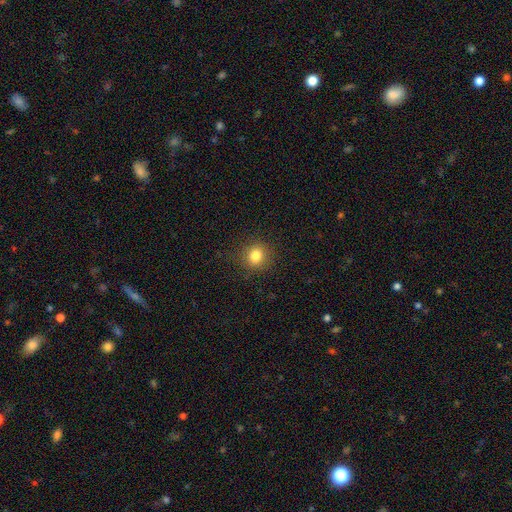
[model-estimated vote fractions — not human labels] Smooth or featured: smooth — 82% (star or artifact — 12%)
How rounded: round — 84% (in between — 15%)
Merging: none — 89% (minor disturbance — 8%)